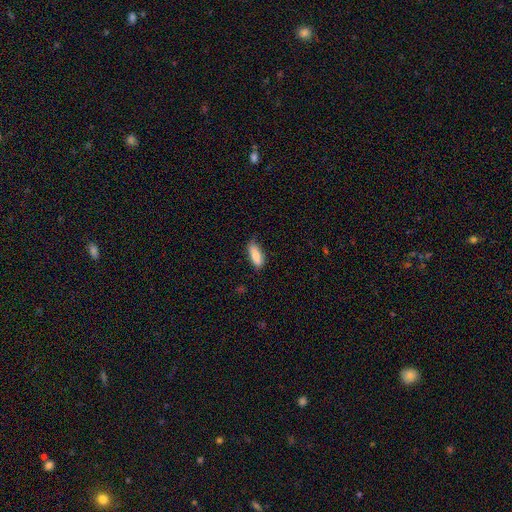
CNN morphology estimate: Smooth or featured: smooth — 85% (featured or disk — 9%)
How rounded: in between — 73% (cigar-shaped — 25%)
Merging: none — 74% (minor disturbance — 21%)